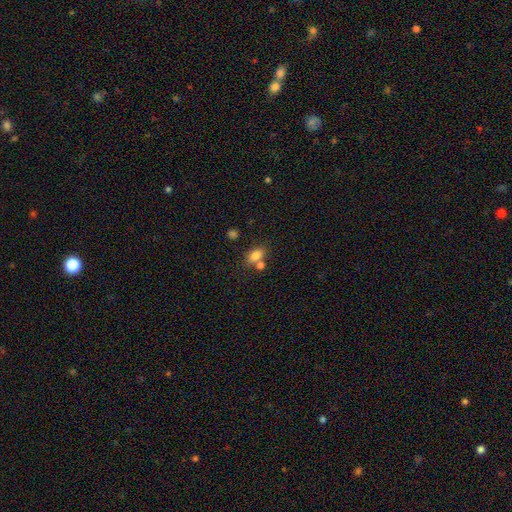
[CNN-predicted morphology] Overall: smooth (81%). How rounded: in between (78%). Merging: none (57%; merger 26%).